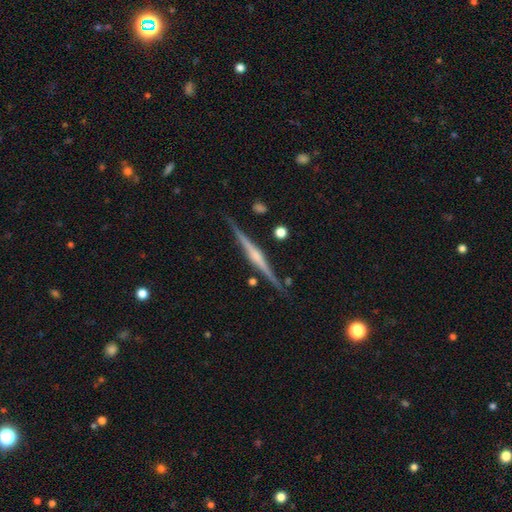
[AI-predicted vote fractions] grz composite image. It shows a featured or disk galaxy (83%) viewed edge-on (99%) with a rounded central bulge (72%). Merging: none (89%).